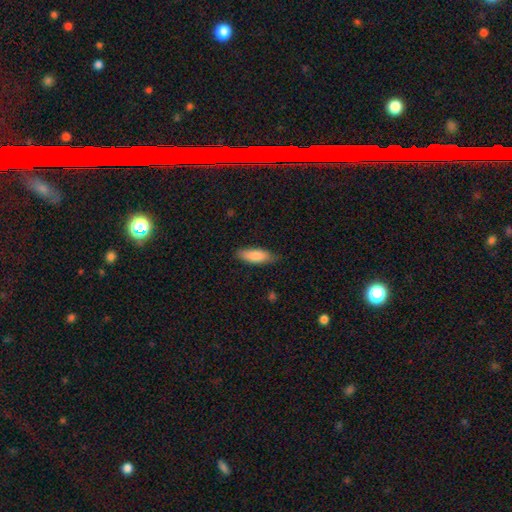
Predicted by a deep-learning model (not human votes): Smooth or featured? smooth (83%)
How rounded? in between (61%)
Merging? none (82%)